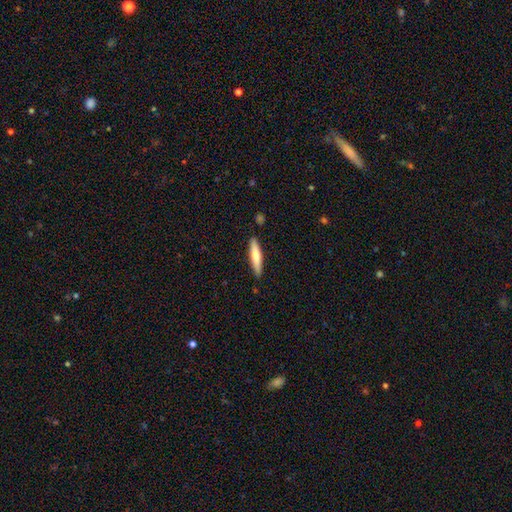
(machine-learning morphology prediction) Smooth or featured? smooth (65%)
How rounded? cigar-shaped (86%)
Merging? none (87%)